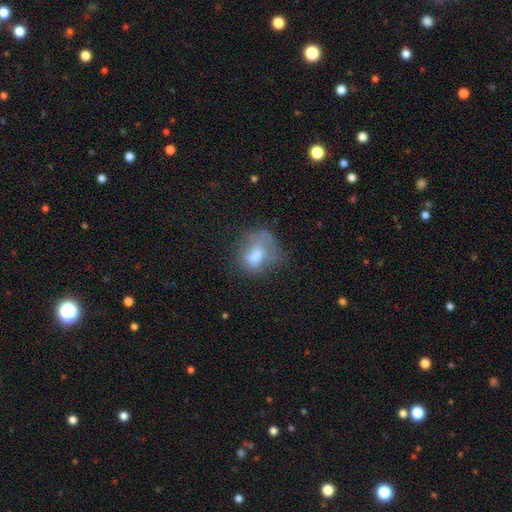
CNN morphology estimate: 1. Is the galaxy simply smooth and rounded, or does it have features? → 58% smooth, 31% featured or disk, 11% star or artifact.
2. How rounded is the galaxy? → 54% in between, 44% round, 2% cigar-shaped.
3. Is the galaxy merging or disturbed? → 38% none, 28% major disturbance, 28% minor disturbance, 6% merger.